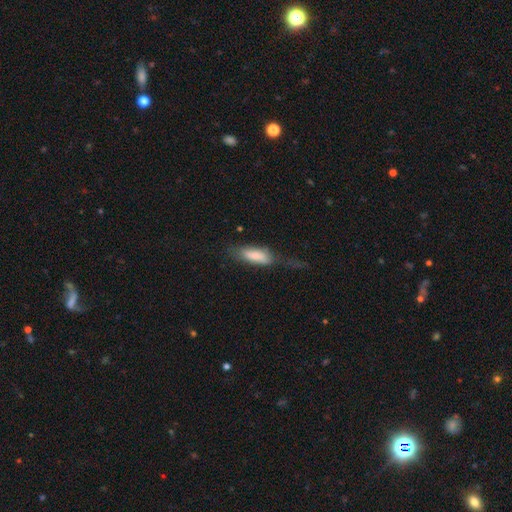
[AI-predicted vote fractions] A smooth galaxy with no disk features (77%) that is in between round and cigar-shaped (63%). Merging: none (38%).